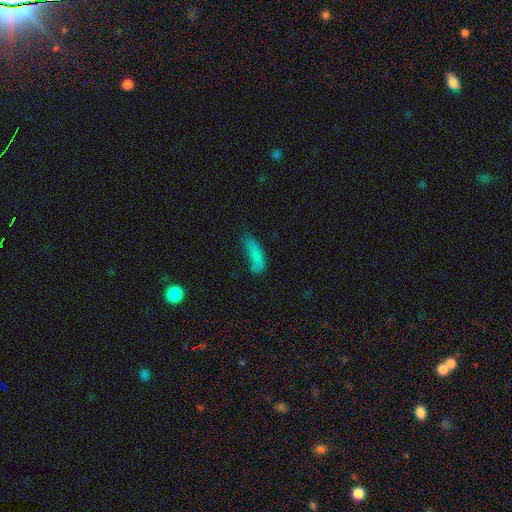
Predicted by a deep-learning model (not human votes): The model was most divided on "how rounded": in between: 50%, cigar-shaped: 48%, round: 3%. Remaining: smooth or featured — smooth (77%); merging — none (44%).